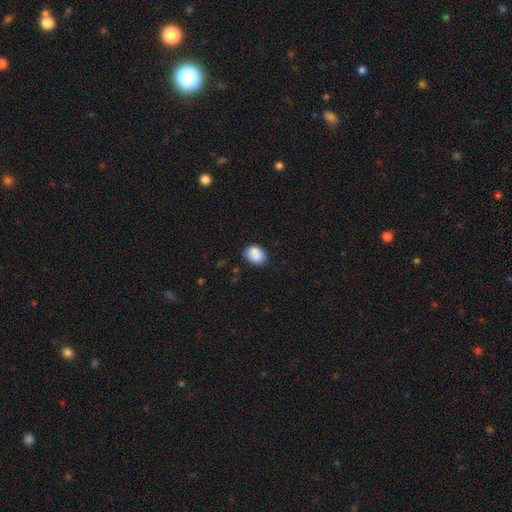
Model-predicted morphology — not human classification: Overall: smooth (87%). How rounded: in between (59%; round 40%). Merging: none (76%).